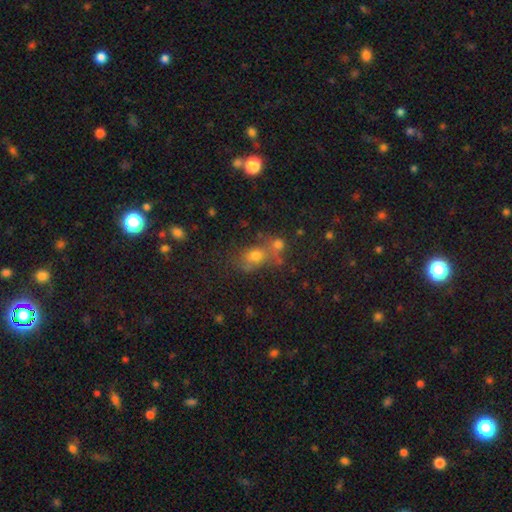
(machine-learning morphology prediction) A smooth galaxy with no disk features (65%) that is round (51%).

Vote fractions:
- Smooth or featured? smooth: 65% / star or artifact: 21% / featured or disk: 15%
- How rounded? round: 51% / in between: 46% / cigar-shaped: 3%
- Merging? none: 45% / merger: 33% / minor disturbance: 14% / major disturbance: 8%